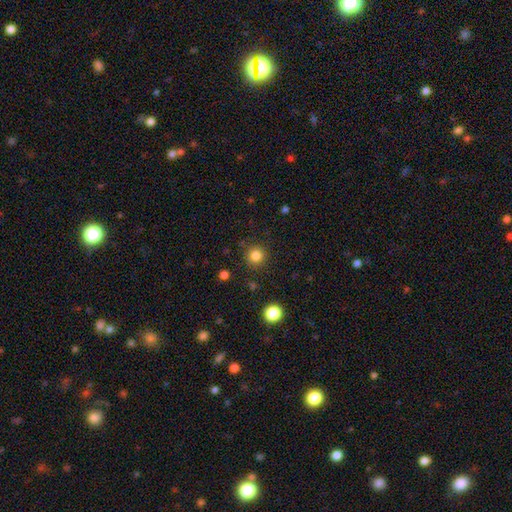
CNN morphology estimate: This is clearly a smooth galaxy (82%). How rounded: clearly round (95%). Merging: clearly none (89%).